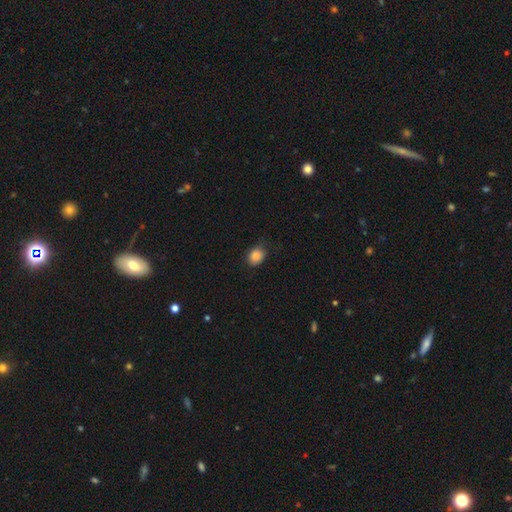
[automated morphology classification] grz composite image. It shows a smooth galaxy with no disk features (84%) that is in between round and cigar-shaped (53%). Merging: none (77%).